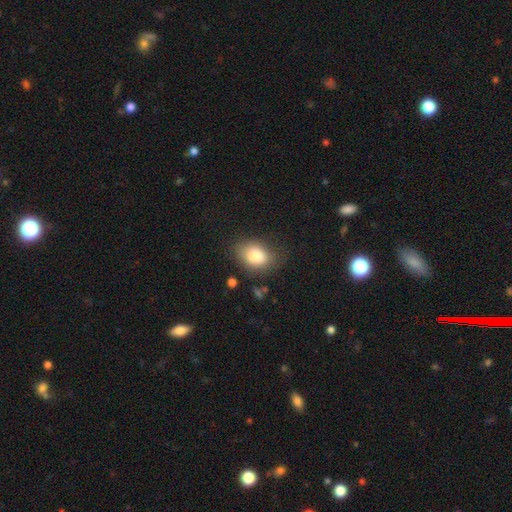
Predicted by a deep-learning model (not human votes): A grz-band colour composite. It shows a smooth galaxy with no disk features (84%) that is in between round and cigar-shaped (73%). Merging: none (68%).